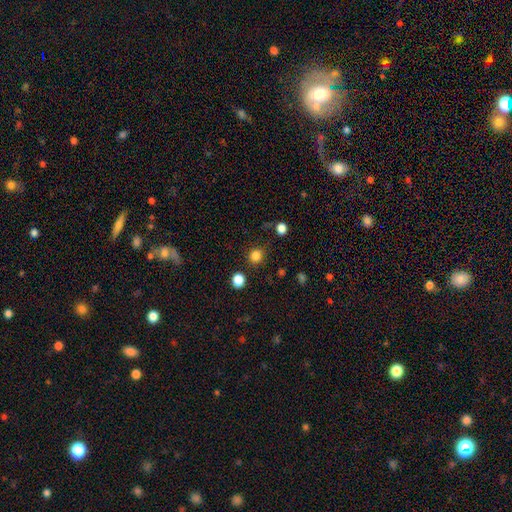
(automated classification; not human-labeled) A smooth galaxy with no disk features (83%) that is round (88%). Merging: none (86%).